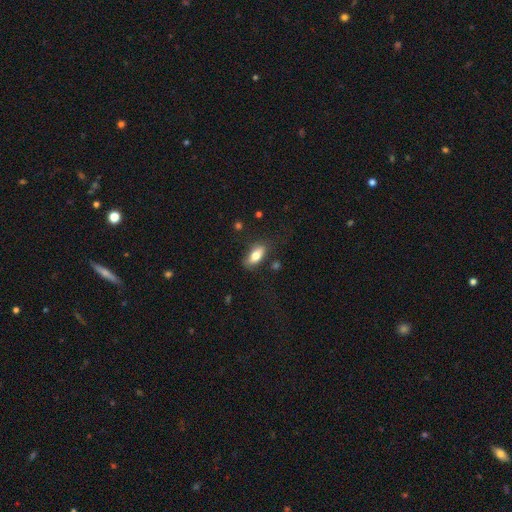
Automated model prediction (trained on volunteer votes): This appears to be a smooth galaxy with no disk features (77%) that is in between round and cigar-shaped (85%). Merging: none (74%).